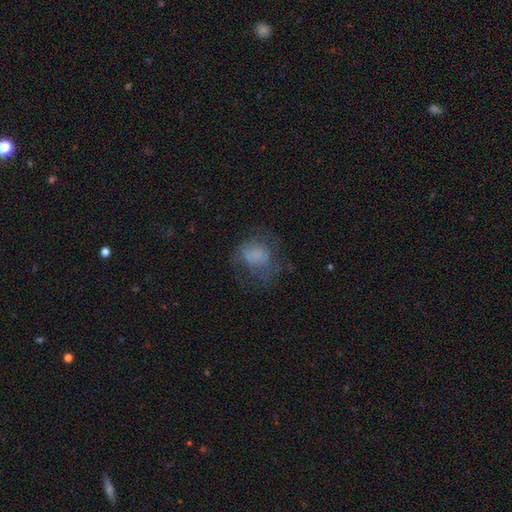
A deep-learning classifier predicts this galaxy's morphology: Q: Smooth or featured?
A: smooth (56%); runner-up: featured or disk (30%)
Q: How rounded?
A: round (58%); runner-up: in between (40%)
Q: Merging?
A: none (46%); runner-up: major disturbance (31%)